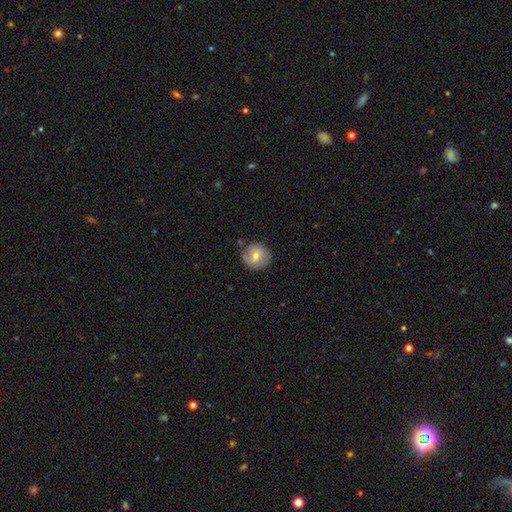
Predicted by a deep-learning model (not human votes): smooth_or_featured: smooth (p=0.60) [alt: featured or disk p=0.32]
how_rounded: round (p=0.89) [alt: in between p=0.10]
merging: none (p=0.74) [alt: minor disturbance p=0.18]